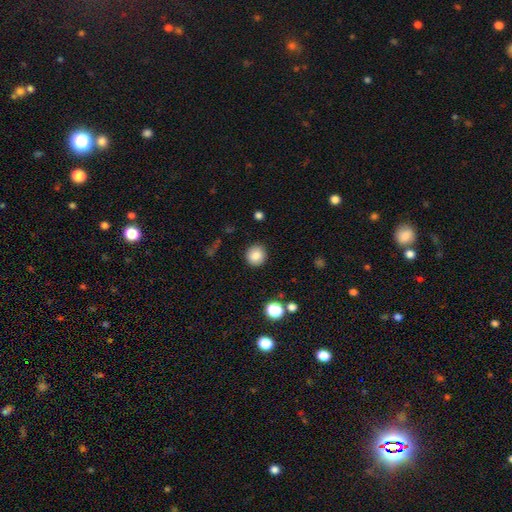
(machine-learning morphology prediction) smooth-or-featured: smooth: 84% | star or artifact: 10% | featured or disk: 6%
  how-rounded: round: 91% | in between: 8% | cigar-shaped: 1%
  merging: none: 91% | minor disturbance: 6% | major disturbance: 2% | merger: 1%